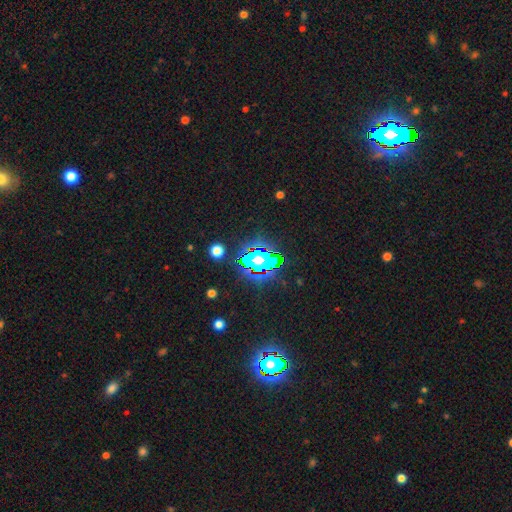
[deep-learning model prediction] star or artifact 55%, smooth 30%, featured or disk 16%.